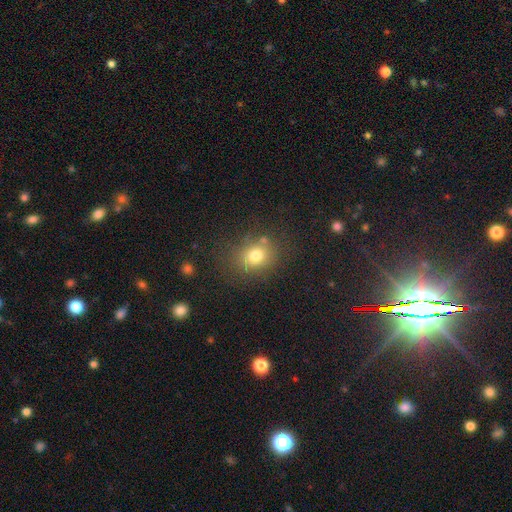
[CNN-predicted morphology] smooth 75%, star or artifact 15%, featured or disk 10%. Down the decision tree: how rounded — round (67%); merging — none (75%).